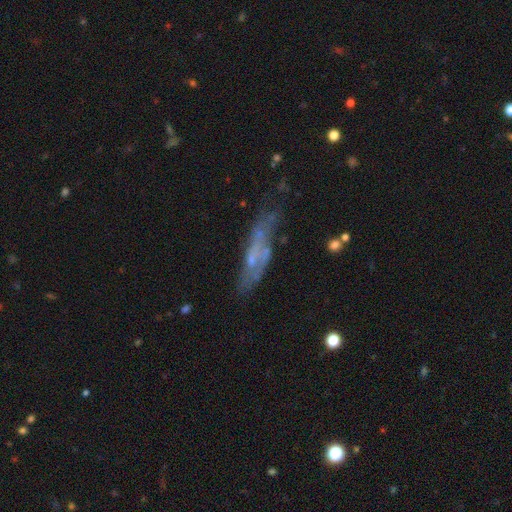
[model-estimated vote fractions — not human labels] Morphology: type=featured or disk (55%); edge-on=no (60%); merging=none (46%).